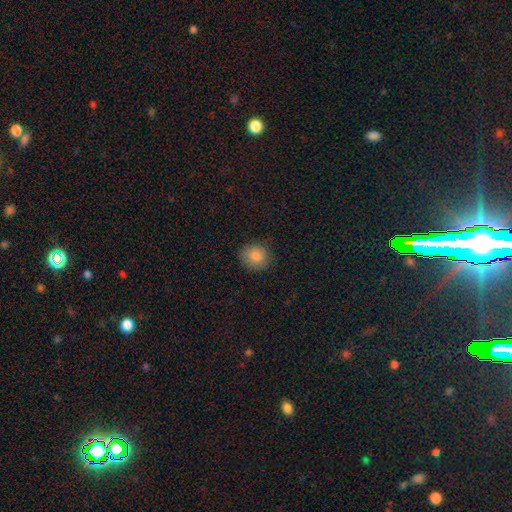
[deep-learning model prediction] smooth_or_featured: smooth (p=0.84) [alt: star or artifact p=0.10]
how_rounded: round (p=0.76) [alt: in between p=0.23]
merging: none (p=0.84) [alt: minor disturbance p=0.13]